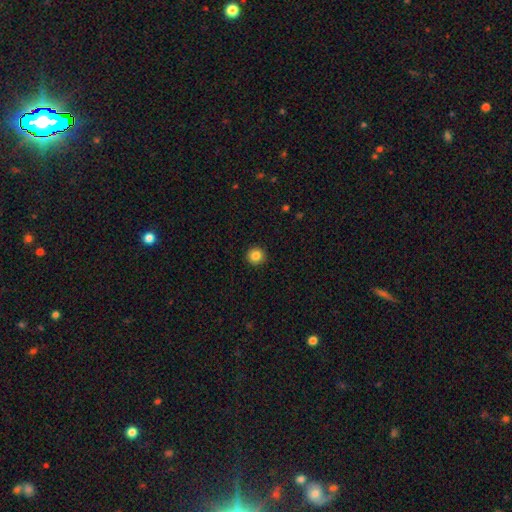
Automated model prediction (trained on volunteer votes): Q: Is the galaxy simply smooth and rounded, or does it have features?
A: smooth — 84%.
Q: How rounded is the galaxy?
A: round — 95%.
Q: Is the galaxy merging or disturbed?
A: none — 93%.